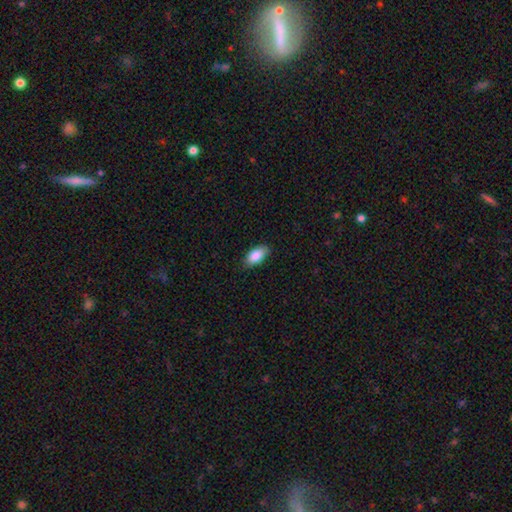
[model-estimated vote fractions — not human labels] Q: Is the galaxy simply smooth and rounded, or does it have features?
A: smooth — 87%.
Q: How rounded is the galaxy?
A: in between — 92%.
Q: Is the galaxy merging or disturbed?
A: none — 84%.